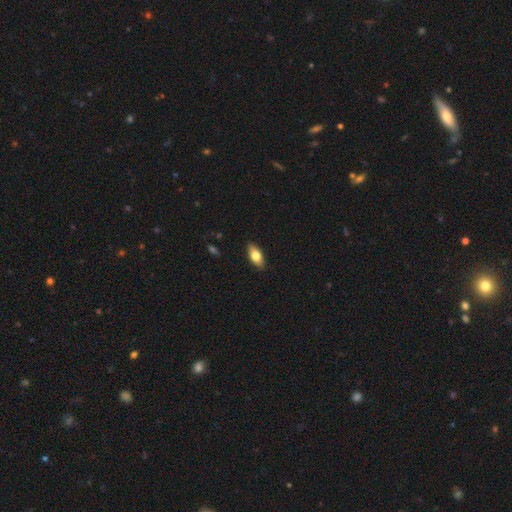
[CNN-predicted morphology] smooth_or_featured: smooth (p=0.74) [alt: featured or disk p=0.19]
how_rounded: in between (p=0.85) [alt: cigar-shaped p=0.11]
merging: none (p=0.88) [alt: minor disturbance p=0.10]